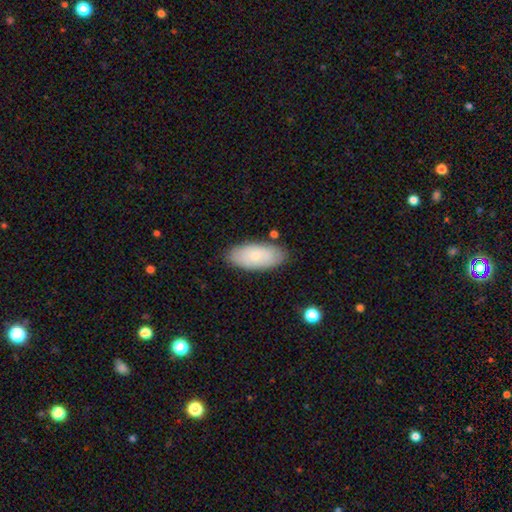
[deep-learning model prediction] smooth_or_featured: smooth (p=0.73) [alt: featured or disk p=0.21]
how_rounded: in between (p=0.91) [alt: cigar-shaped p=0.07]
merging: none (p=0.83) [alt: minor disturbance p=0.13]